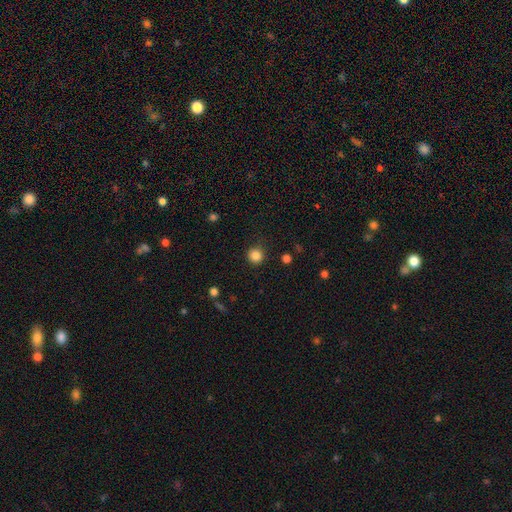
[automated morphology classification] A smooth galaxy with no disk features (85%) that is round (93%). Merging: none (88%).